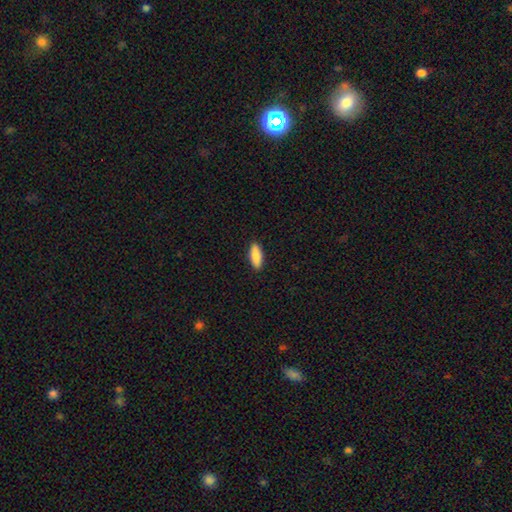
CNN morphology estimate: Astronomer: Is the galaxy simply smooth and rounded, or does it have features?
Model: smooth — 89%.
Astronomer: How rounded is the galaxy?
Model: in between — 67%.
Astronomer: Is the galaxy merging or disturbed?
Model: none — 91%.